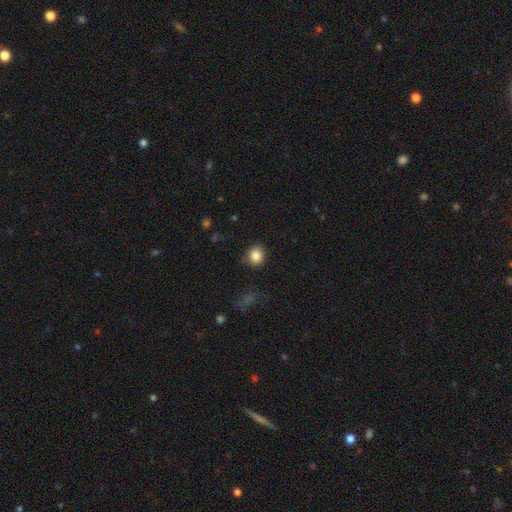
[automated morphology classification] A smooth galaxy with no disk features (86%) that is round (80%).

Vote fractions:
- Smooth or featured? smooth: 86% / star or artifact: 10% / featured or disk: 4%
- How rounded? round: 80% / in between: 19% / cigar-shaped: 1%
- Merging? none: 80% / minor disturbance: 14% / major disturbance: 4% / merger: 2%